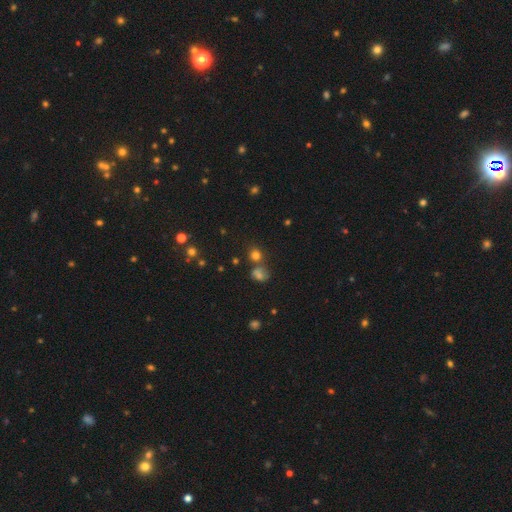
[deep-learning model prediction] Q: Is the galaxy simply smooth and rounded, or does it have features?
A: smooth — 71%.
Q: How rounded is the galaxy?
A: round — 82%.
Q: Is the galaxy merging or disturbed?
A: none — 64%.